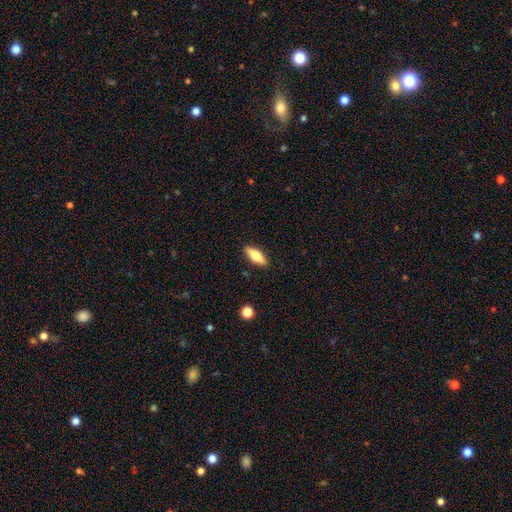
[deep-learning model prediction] Smooth or featured? Predicted: smooth (p=0.63). How rounded? Predicted: in between (p=0.62). Merging? Predicted: none (p=0.89).